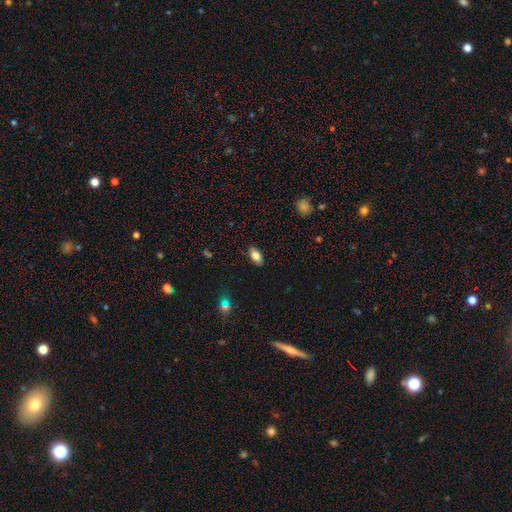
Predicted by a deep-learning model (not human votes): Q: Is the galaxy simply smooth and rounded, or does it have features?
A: smooth — 81%.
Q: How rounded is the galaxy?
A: in between — 90%.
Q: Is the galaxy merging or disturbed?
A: none — 87%.